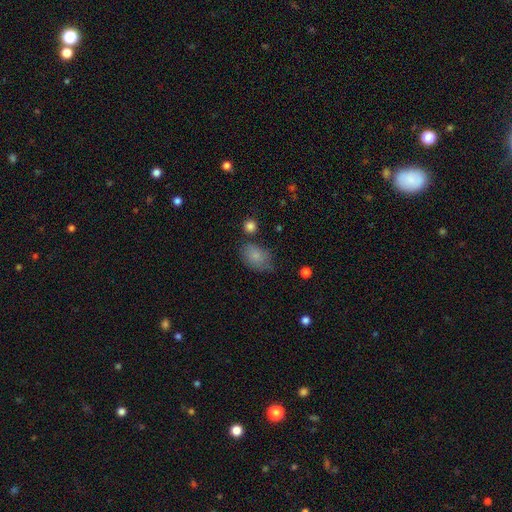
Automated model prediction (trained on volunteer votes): This appears to be a smooth galaxy with no disk features (81%) that is in between round and cigar-shaped (83%). Merging: none (56%).